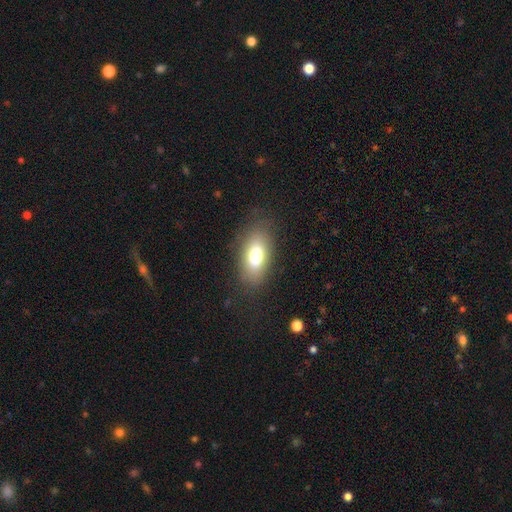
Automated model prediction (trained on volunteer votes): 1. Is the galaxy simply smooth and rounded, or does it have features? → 76% smooth, 15% featured or disk, 9% star or artifact.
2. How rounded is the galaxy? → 88% in between, 7% cigar-shaped, 5% round.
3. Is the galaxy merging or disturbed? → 81% none, 13% minor disturbance, 5% major disturbance, 1% merger.